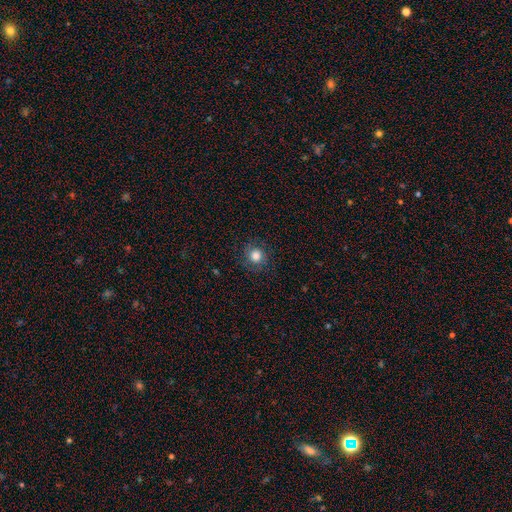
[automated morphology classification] Overall: smooth (82%). How rounded: round (89%). Merging: none (85%).